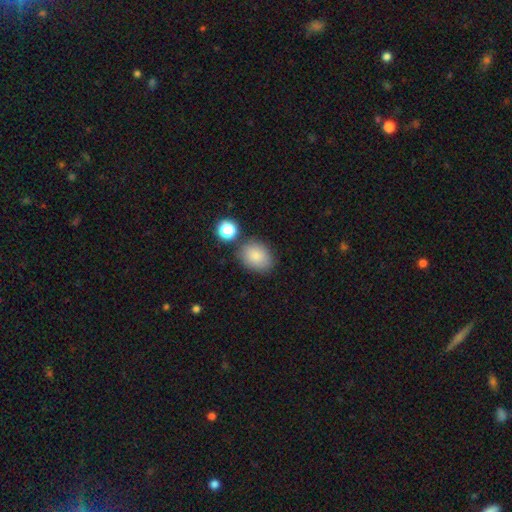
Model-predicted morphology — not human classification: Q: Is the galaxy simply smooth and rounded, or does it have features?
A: smooth — 82%.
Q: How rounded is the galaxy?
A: in between — 63%.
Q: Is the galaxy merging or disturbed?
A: none — 76%.